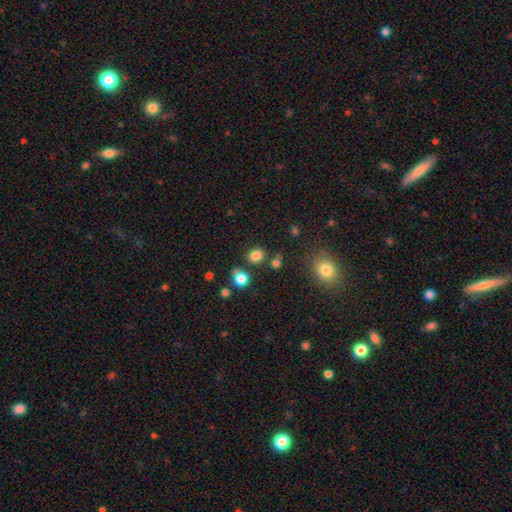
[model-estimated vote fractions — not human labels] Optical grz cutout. It shows a smooth galaxy with no disk features (80%) that is round (76%). Merging: none (78%).